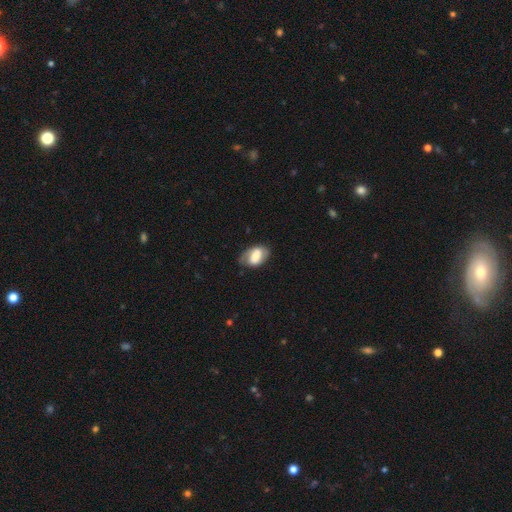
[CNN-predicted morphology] smooth 56%, featured or disk 37%, star or artifact 7%. Down the decision tree: how rounded — in between (89%); merging — none (66%).